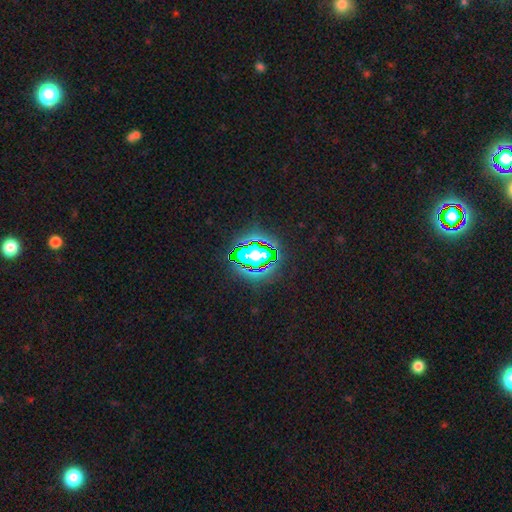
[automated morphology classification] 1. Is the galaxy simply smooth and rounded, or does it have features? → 78% star or artifact, 13% smooth, 9% featured or disk.